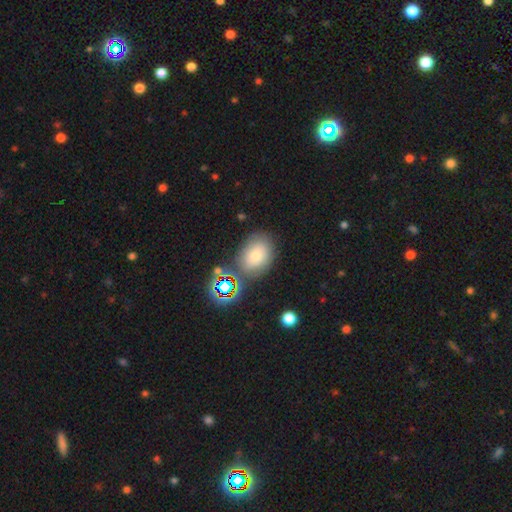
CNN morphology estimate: Smooth or featured? Predicted: smooth (p=0.68). How rounded? Predicted: in between (p=0.71). Merging? Predicted: none (p=0.66).